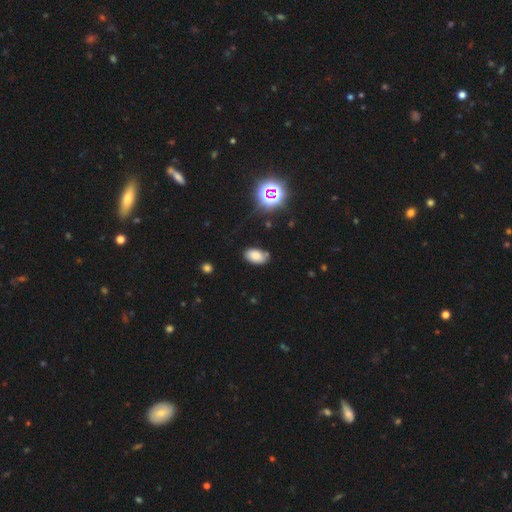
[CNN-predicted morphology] smooth 77%, star or artifact 14%, featured or disk 9%. Down the decision tree: how rounded — in between (93%); merging — none (78%).